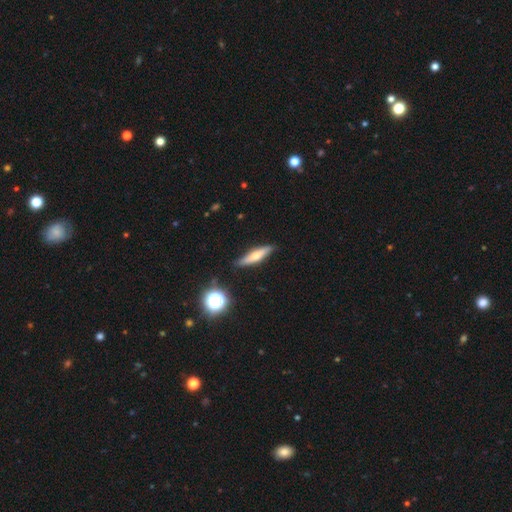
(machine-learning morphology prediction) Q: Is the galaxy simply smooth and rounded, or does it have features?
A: smooth — 51%.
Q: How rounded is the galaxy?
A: cigar-shaped — 77%.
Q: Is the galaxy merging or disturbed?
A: none — 84%.